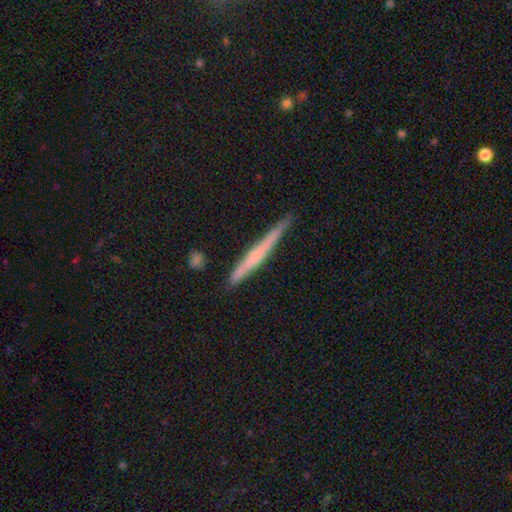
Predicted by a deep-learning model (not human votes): featured or disk 48%, smooth 45%, star or artifact 7%. Down the decision tree: merging — none (83%).